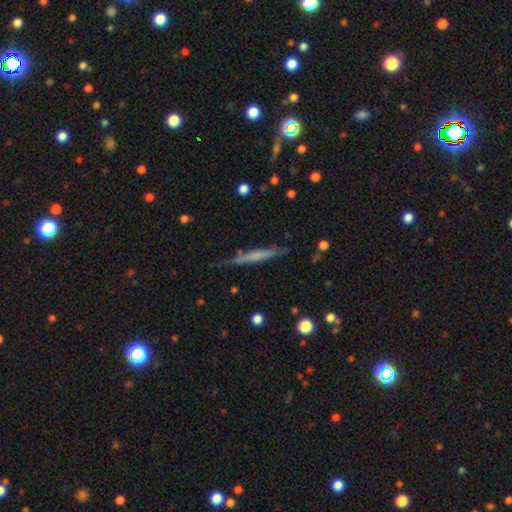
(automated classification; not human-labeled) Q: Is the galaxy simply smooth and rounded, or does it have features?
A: smooth — 50%.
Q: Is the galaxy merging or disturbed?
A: none — 76%.